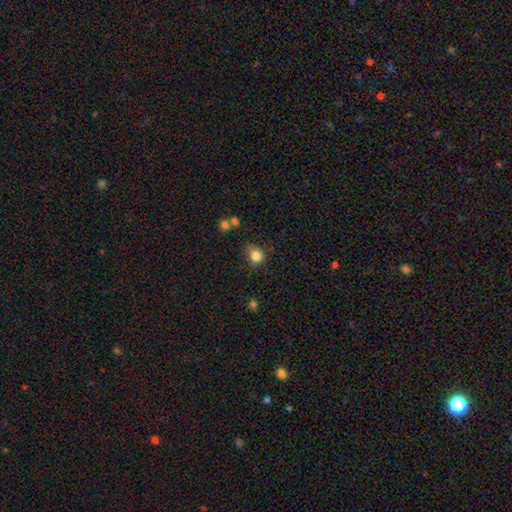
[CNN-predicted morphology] Smooth or featured? smooth (83%)
How rounded? round (78%)
Merging? none (64%)